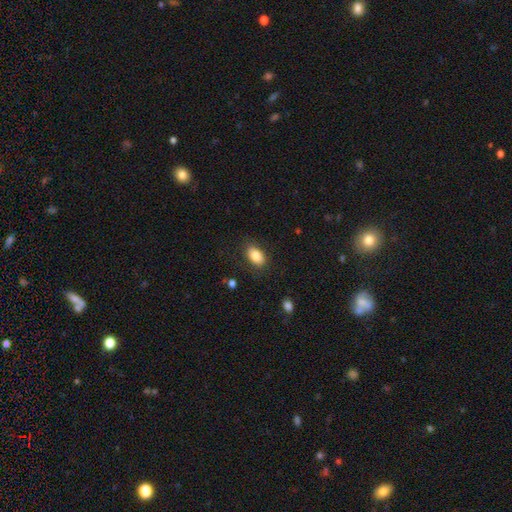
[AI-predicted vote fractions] smooth-or-featured: smooth: 84% | featured or disk: 9% | star or artifact: 7%
  how-rounded: in between: 91% | round: 7% | cigar-shaped: 2%
  merging: none: 84% | minor disturbance: 12% | major disturbance: 3% | merger: 1%